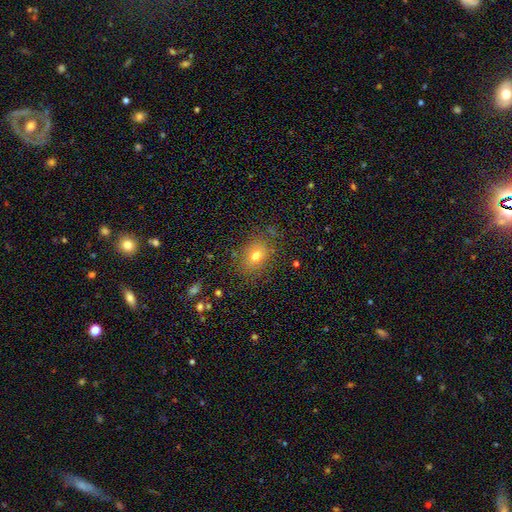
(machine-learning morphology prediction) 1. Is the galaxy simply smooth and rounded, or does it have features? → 74% smooth, 15% star or artifact, 11% featured or disk.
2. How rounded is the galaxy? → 50% round, 49% in between, 1% cigar-shaped.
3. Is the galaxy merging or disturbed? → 81% none, 13% minor disturbance, 5% major disturbance, 2% merger.